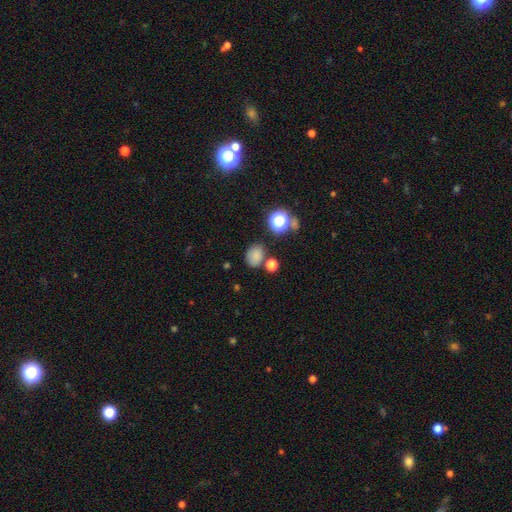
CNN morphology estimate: smooth-or-featured: smooth: 75% | star or artifact: 18% | featured or disk: 6%
  how-rounded: round: 50% | in between: 49% | cigar-shaped: 1%
  merging: none: 72% | minor disturbance: 14% | merger: 10% | major disturbance: 5%